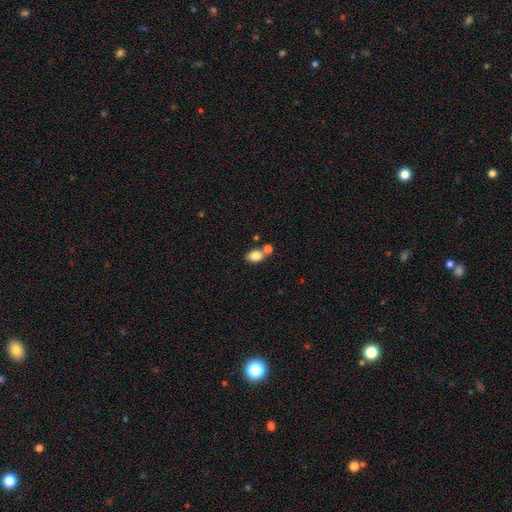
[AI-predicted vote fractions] smooth 83%, star or artifact 9%, featured or disk 8%. Down the decision tree: how rounded — in between (71%); merging — none (56%).